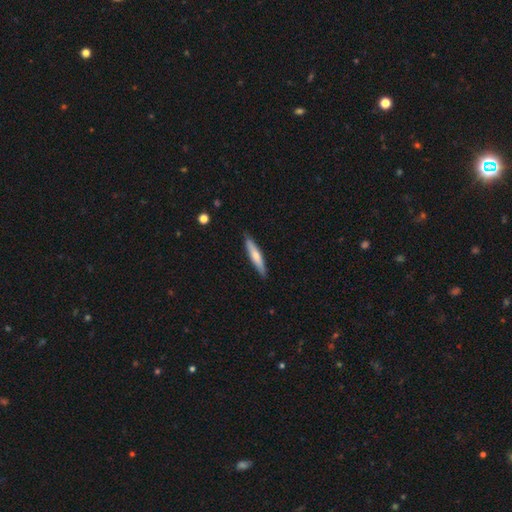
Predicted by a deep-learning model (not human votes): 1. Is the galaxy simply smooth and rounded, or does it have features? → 59% smooth, 36% featured or disk, 5% star or artifact.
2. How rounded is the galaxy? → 87% cigar-shaped, 11% in between, 1% round.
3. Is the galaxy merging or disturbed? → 87% none, 10% minor disturbance, 2% major disturbance, 1% merger.